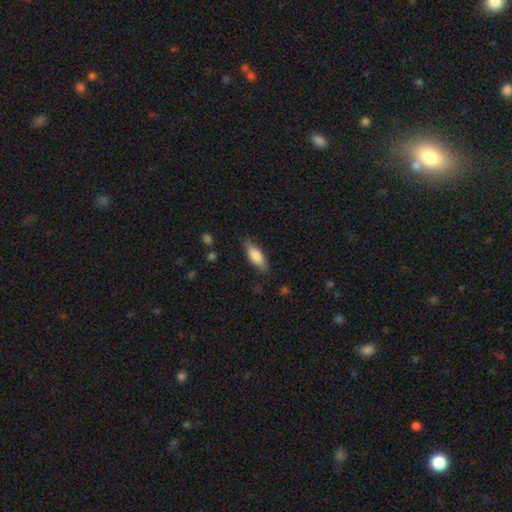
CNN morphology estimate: This is likely a smooth galaxy (80%). How rounded: likely in between (64%). Merging: clearly none (80%).